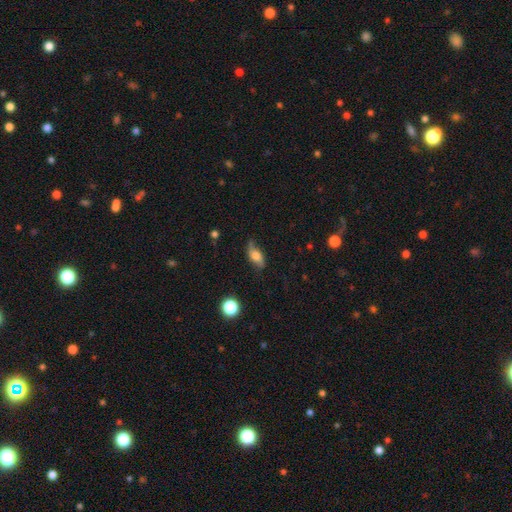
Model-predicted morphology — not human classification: Smooth or featured: smooth — 59% (featured or disk — 31%)
How rounded: in between — 80% (cigar-shaped — 12%)
Merging: none — 66% (minor disturbance — 25%)